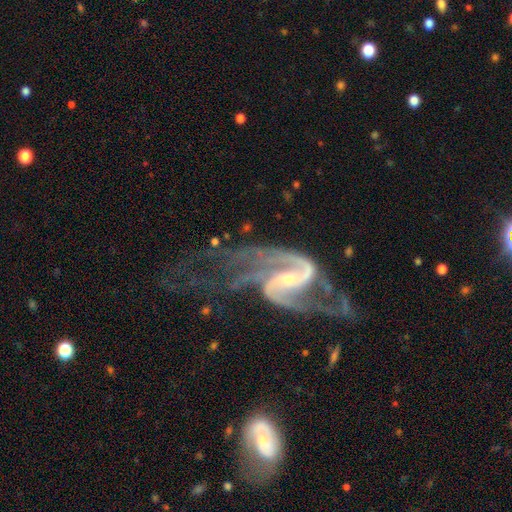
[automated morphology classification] A featured or disk galaxy (92%) with a weak bar (43%), 2 (90%) medium (46%) spiral arms (98%) and a small central bulge (64%). Merging: none (48%).